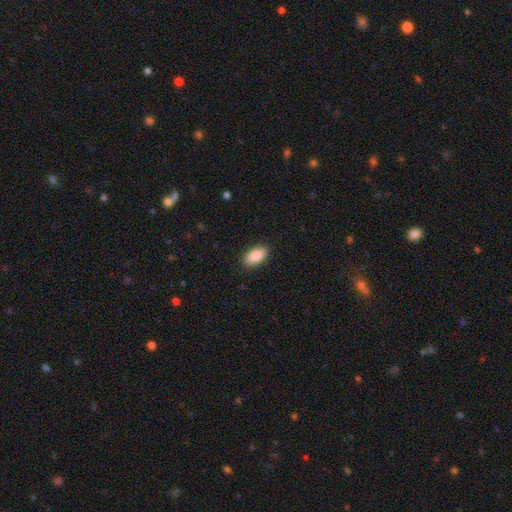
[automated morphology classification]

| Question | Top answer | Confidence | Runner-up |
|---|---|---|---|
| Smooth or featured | smooth | 89% | star or artifact (6%) |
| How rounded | in between | 93% | cigar-shaped (4%) |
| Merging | none | 89% | minor disturbance (8%) |